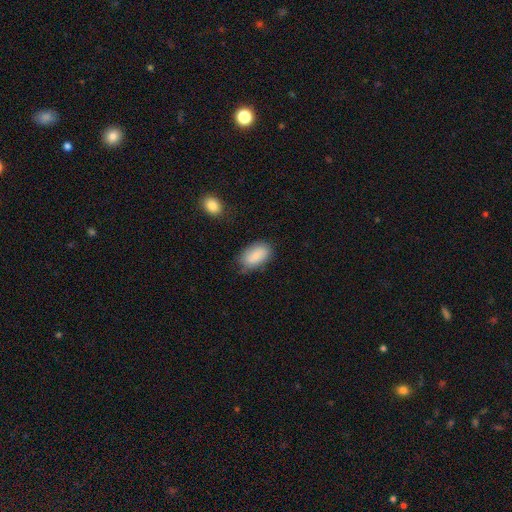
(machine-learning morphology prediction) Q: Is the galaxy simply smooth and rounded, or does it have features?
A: smooth — 86%.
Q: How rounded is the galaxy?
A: in between — 93%.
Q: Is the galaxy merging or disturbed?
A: none — 72%.